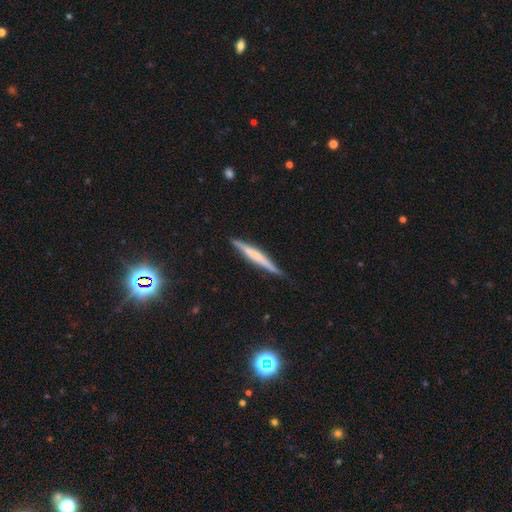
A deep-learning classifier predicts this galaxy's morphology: type=featured or disk (55%); edge-on=yes (97%); edge-on bulge=none (46%); merging=none (84%).